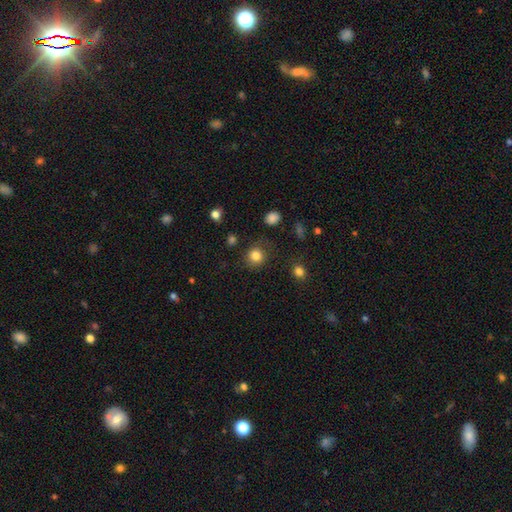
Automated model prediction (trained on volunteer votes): smooth-or-featured: smooth: 83% | star or artifact: 11% | featured or disk: 6%
  how-rounded: round: 87% | in between: 13% | cigar-shaped: 1%
  merging: none: 80% | minor disturbance: 13% | major disturbance: 5% | merger: 3%